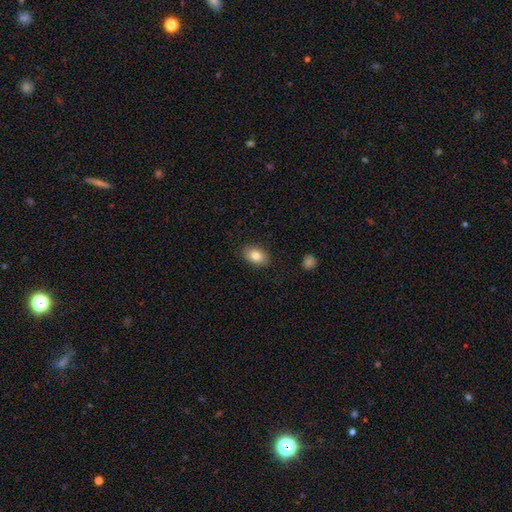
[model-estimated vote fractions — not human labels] Morphology: type=smooth (82%); roundness=in between (87%); merging=none (87%).